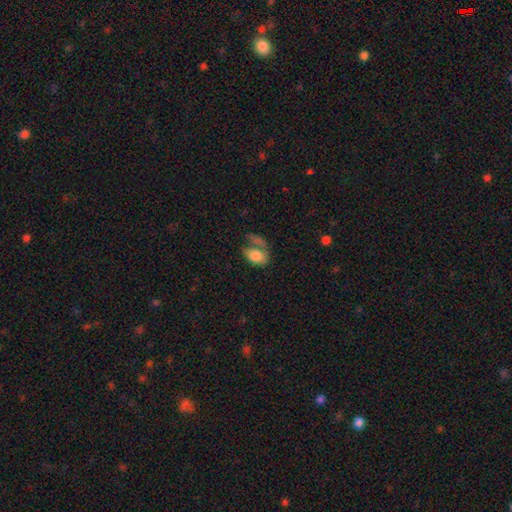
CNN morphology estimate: smooth 79%, featured or disk 13%, star or artifact 8%. Down the decision tree: how rounded — in between (87%); merging — merger (34%, tied with none).